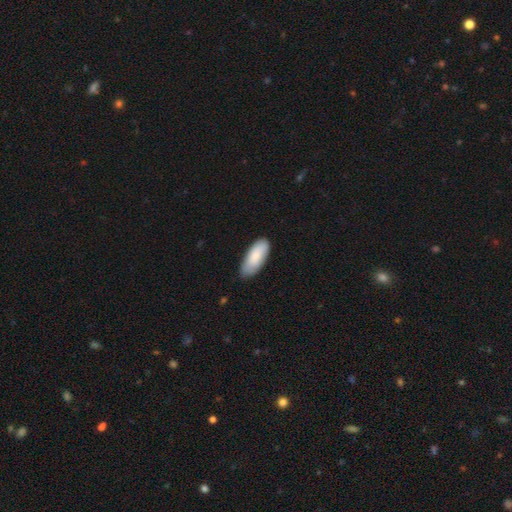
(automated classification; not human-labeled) Smooth or featured?
  - smooth: 84% *
  - featured or disk: 11%
  - star or artifact: 5%
How rounded?
  - in between: 83% *
  - cigar-shaped: 16%
  - round: 2%
Merging?
  - none: 76% *
  - minor disturbance: 20%
  - major disturbance: 3%
  - merger: 1%